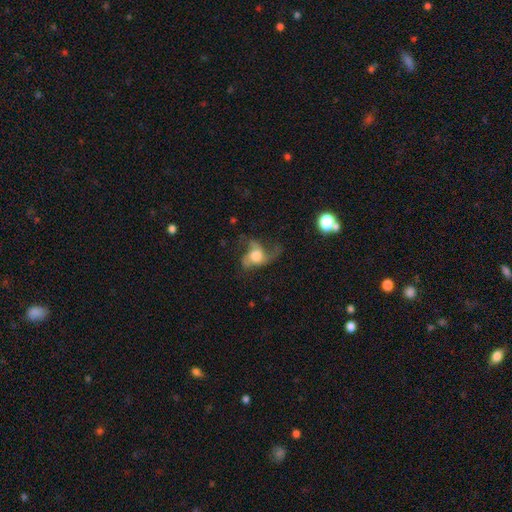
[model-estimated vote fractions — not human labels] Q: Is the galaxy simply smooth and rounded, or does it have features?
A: featured or disk — 58%.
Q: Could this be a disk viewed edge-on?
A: no — 96%.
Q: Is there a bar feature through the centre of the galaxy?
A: no — 70%.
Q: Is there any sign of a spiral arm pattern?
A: yes — 79%.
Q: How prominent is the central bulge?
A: moderate — 42%.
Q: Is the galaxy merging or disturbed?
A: major disturbance — 40%.